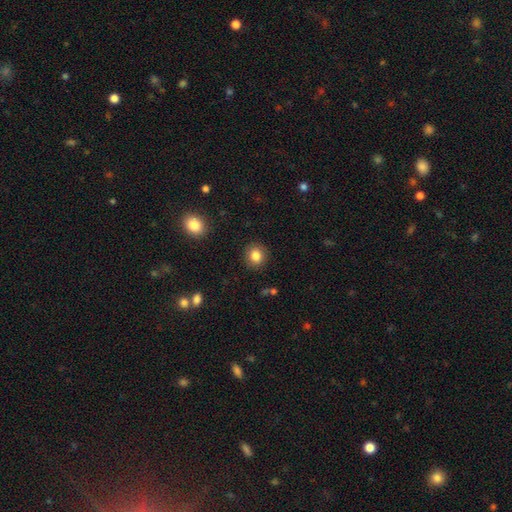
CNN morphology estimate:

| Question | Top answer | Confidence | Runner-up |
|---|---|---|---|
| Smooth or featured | smooth | 84% | star or artifact (10%) |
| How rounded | round | 82% | in between (17%) |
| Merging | none | 90% | minor disturbance (6%) |